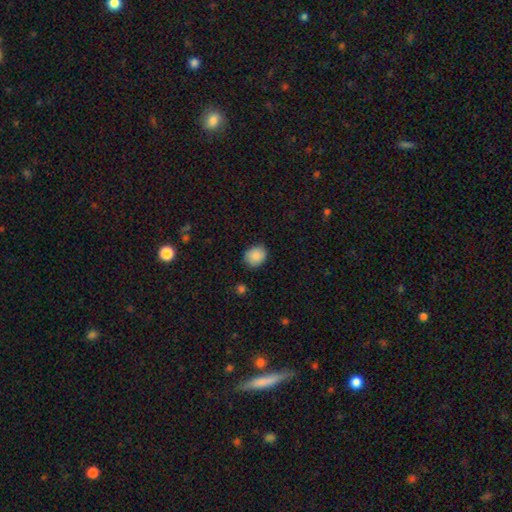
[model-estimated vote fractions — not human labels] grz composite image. It shows a smooth galaxy with no disk features (88%) that is round (64%). Merging: none (84%).